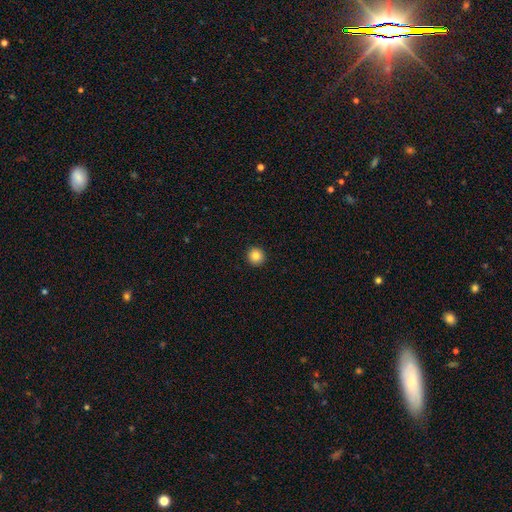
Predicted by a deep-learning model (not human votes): This appears to be a smooth galaxy with no disk features (84%) that is round (95%). Merging: none (93%).